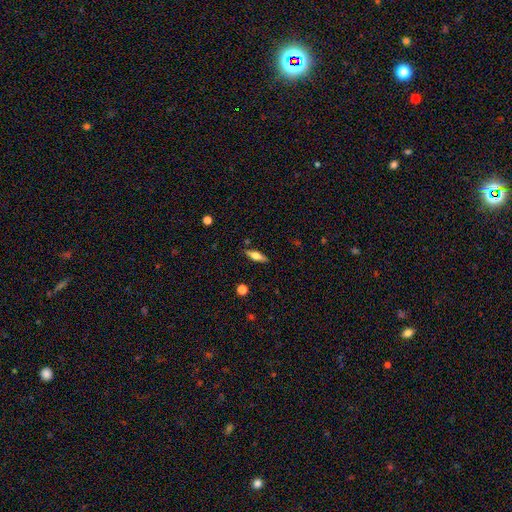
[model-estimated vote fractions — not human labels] Smooth or featured: smooth — 48% (featured or disk — 45%)
Merging: none — 87% (minor disturbance — 10%)